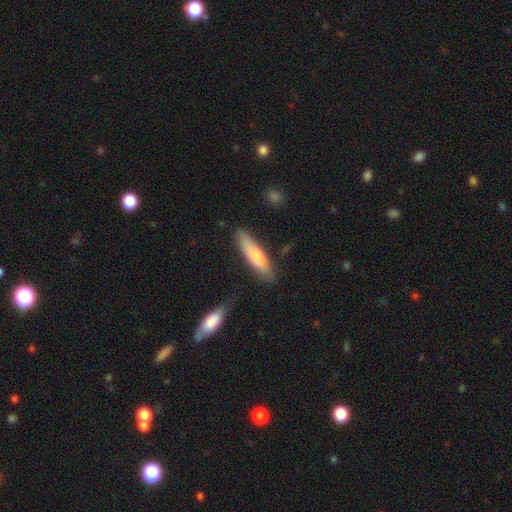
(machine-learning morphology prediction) type=smooth (76%); roundness=cigar-shaped (74%); merging=none (80%).